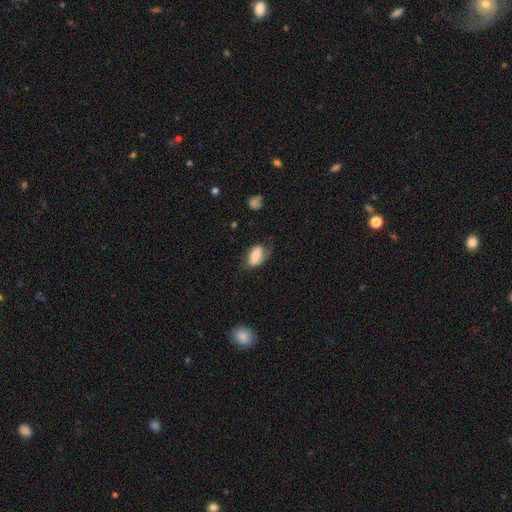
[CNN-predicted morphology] This is likely a smooth galaxy (61%). How rounded: clearly in between (91%). Merging: possibly none (54%).